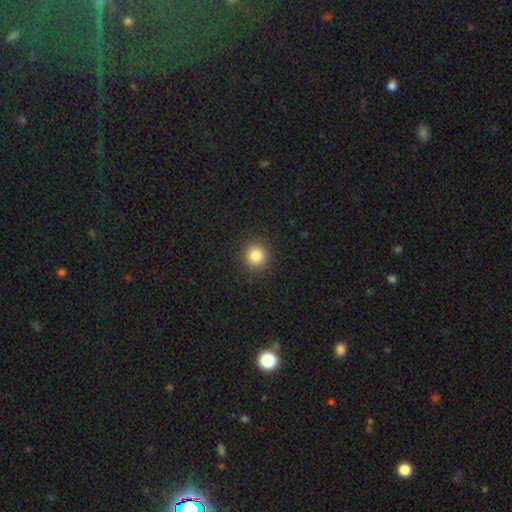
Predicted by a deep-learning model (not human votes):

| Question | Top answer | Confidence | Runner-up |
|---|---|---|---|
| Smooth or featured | smooth | 84% | star or artifact (11%) |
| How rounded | round | 93% | in between (6%) |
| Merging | none | 91% | minor disturbance (6%) |